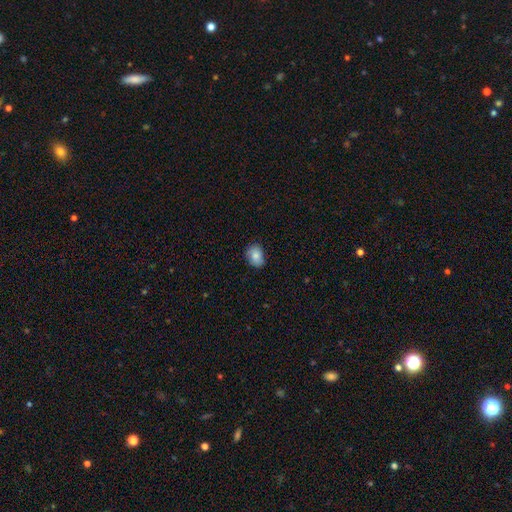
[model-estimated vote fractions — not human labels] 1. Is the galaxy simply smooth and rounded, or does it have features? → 85% smooth, 8% star or artifact, 7% featured or disk.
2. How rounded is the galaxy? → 66% in between, 33% round, 1% cigar-shaped.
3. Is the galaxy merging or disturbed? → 78% none, 18% minor disturbance, 3% major disturbance, 1% merger.